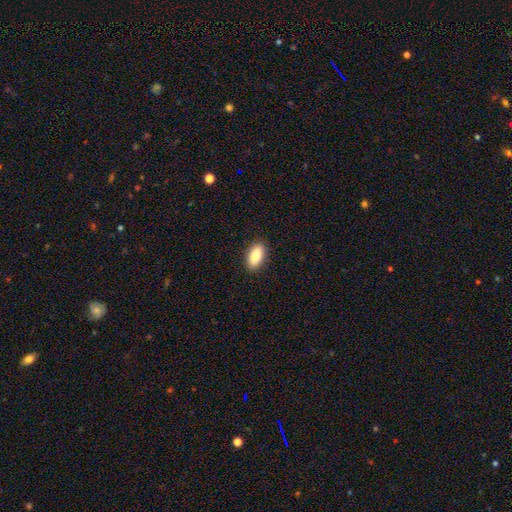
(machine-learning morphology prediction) Smooth or featured: smooth — 84% (featured or disk — 10%)
How rounded: in between — 89% (cigar-shaped — 8%)
Merging: none — 90% (minor disturbance — 8%)